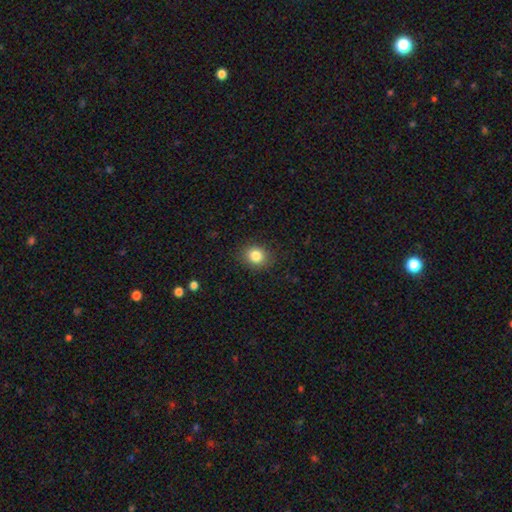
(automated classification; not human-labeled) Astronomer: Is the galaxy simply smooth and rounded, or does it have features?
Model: smooth — 83%.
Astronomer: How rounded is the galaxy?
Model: round — 71%.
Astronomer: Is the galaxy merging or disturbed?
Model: none — 88%.